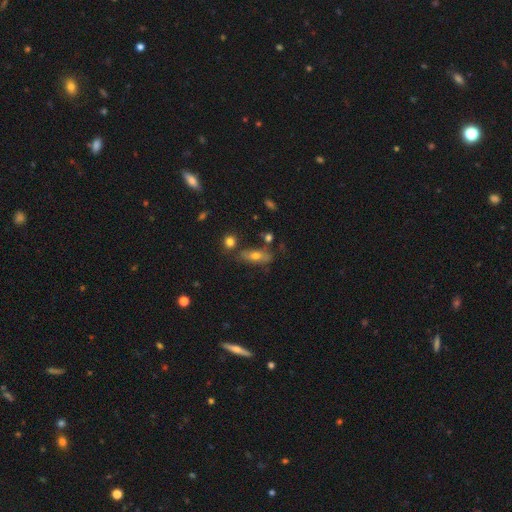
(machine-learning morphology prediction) smooth_or_featured: smooth (p=0.55) [alt: featured or disk p=0.33]
how_rounded: in between (p=0.66) [alt: cigar-shaped p=0.28]
merging: none (p=0.64) [alt: minor disturbance p=0.19]